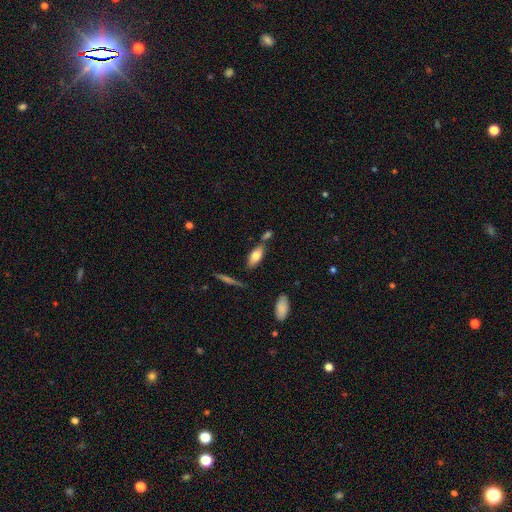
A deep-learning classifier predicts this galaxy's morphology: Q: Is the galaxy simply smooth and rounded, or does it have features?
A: smooth — 73%.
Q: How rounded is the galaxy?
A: in between — 79%.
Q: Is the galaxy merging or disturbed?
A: none — 64%.